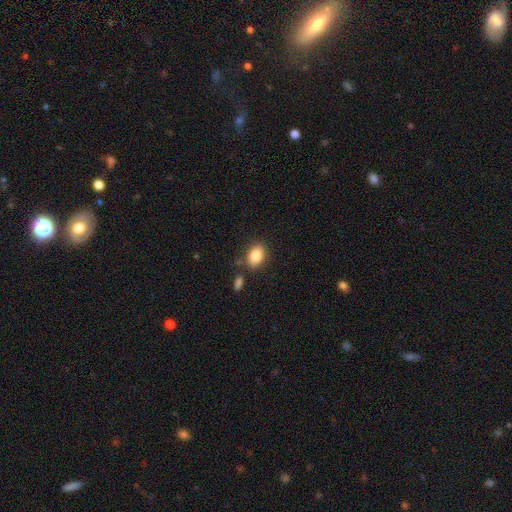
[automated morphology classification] A smooth galaxy with no disk features (86%) that is in between round and cigar-shaped (82%).

Vote fractions:
- Smooth or featured? smooth: 86% / star or artifact: 8% / featured or disk: 6%
- How rounded? in between: 82% / round: 17% / cigar-shaped: 1%
- Merging? none: 77% / minor disturbance: 12% / merger: 8% / major disturbance: 3%